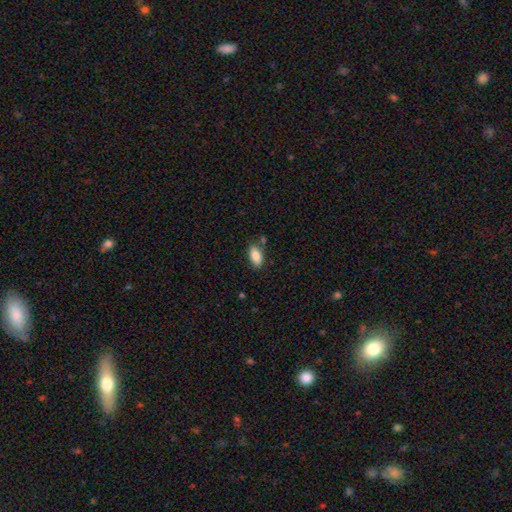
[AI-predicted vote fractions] Smooth or featured: smooth — 87% (star or artifact — 7%)
How rounded: in between — 91% (cigar-shaped — 5%)
Merging: none — 76% (minor disturbance — 14%)